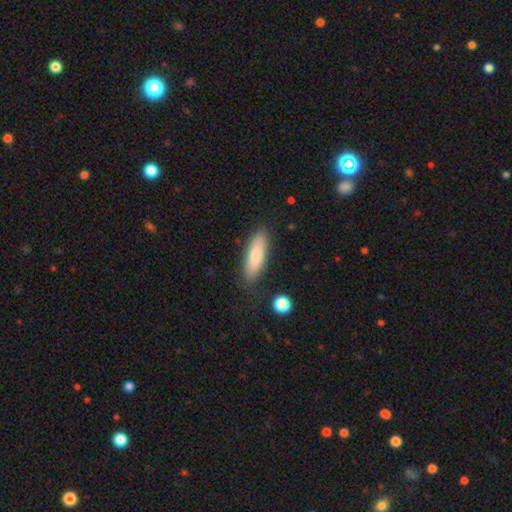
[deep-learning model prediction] smooth-or-featured: smooth: 75% | featured or disk: 19% | star or artifact: 6%
  how-rounded: cigar-shaped: 50% | in between: 48% | round: 2%
  merging: none: 85% | minor disturbance: 11% | major disturbance: 3% | merger: 2%